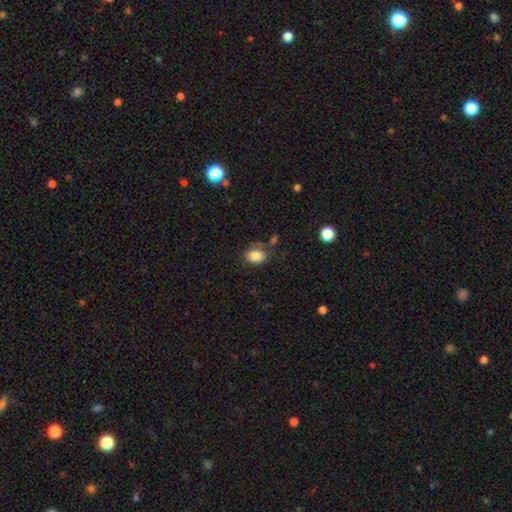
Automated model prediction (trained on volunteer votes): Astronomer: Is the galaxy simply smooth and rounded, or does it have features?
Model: smooth — 85%.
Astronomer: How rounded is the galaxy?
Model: in between — 56% (runner-up: round, 43%).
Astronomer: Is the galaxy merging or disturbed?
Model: none — 68%.